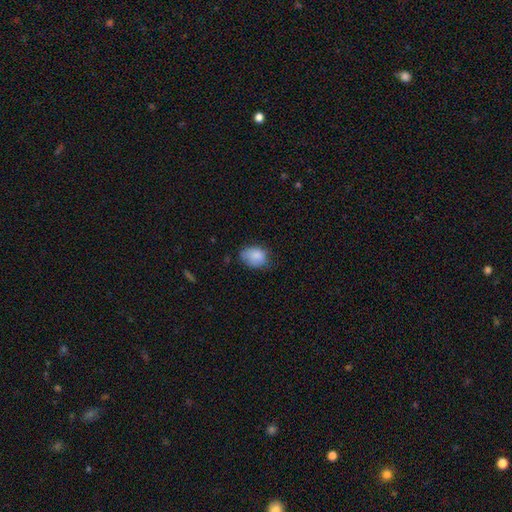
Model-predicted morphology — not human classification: smooth 85%, star or artifact 8%, featured or disk 7%. Down the decision tree: how rounded — in between (68%); merging — none (56%).